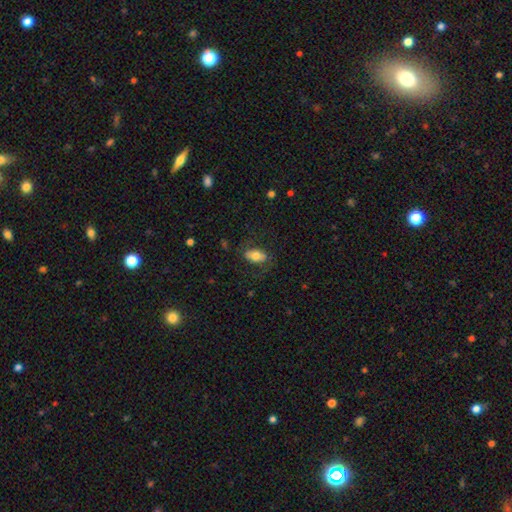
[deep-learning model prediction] Morphology: type=smooth (70%); roundness=in between (91%); merging=none (73%).